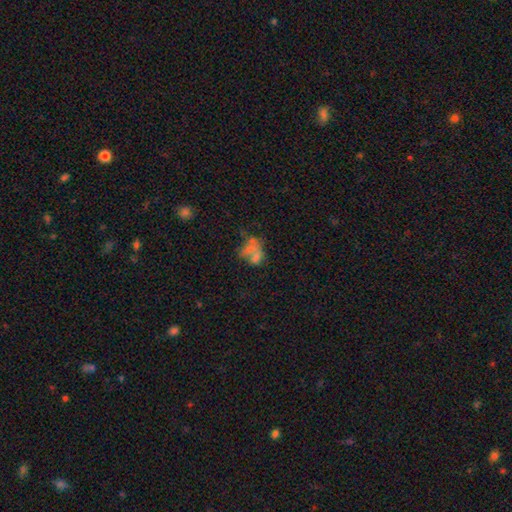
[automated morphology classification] type=smooth (38%); merging=none (31%).